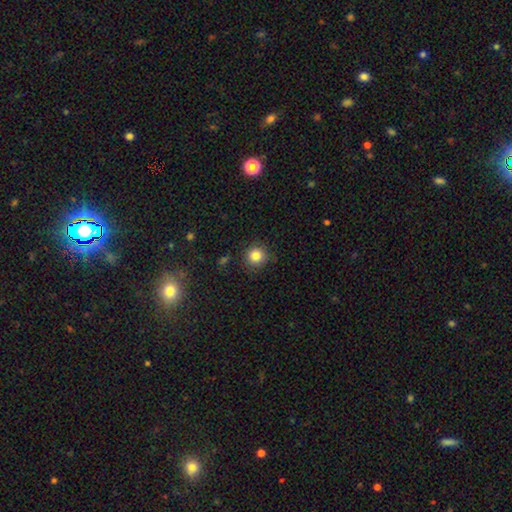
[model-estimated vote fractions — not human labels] Smooth or featured? Predicted: smooth (p=0.83). How rounded? Predicted: round (p=0.94). Merging? Predicted: none (p=0.87).